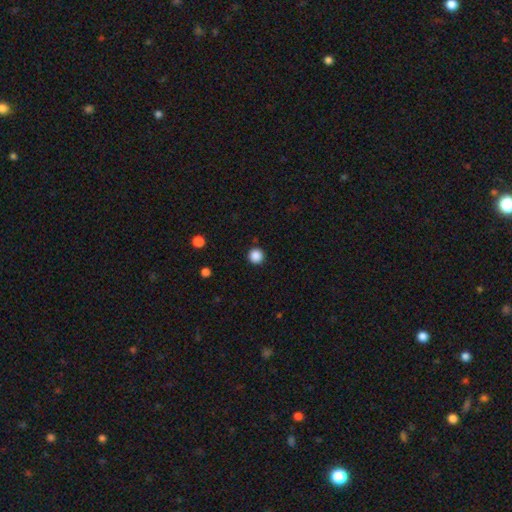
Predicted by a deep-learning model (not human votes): A smooth galaxy with no disk features (87%) that is round (96%).

Vote fractions:
- Smooth or featured? smooth: 87% / star or artifact: 11% / featured or disk: 2%
- How rounded? round: 96% / in between: 3% / cigar-shaped: 1%
- Merging? none: 92% / minor disturbance: 5% / major disturbance: 2% / merger: 1%